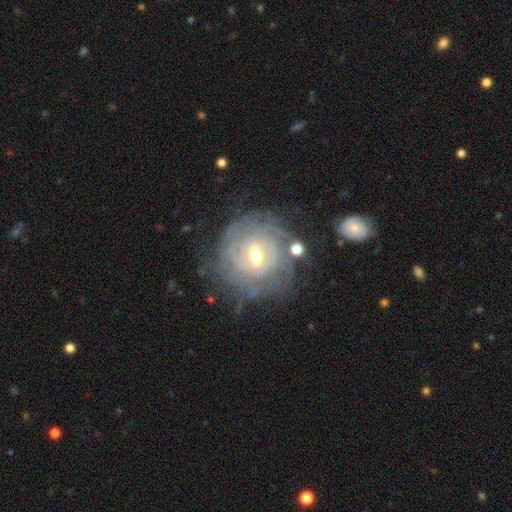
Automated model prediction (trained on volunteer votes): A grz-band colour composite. It shows a featured or disk galaxy (82%) with a weak bar (55%), tight (78%) spiral arms (93%) and a moderate central bulge (52%). Merging: none (70%).